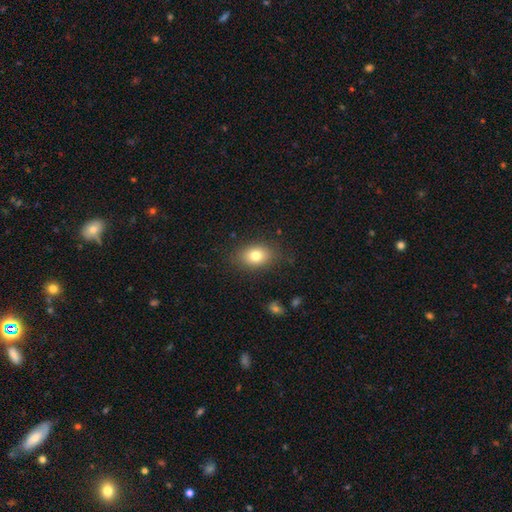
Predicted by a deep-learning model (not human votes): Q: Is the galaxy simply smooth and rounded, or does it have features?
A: smooth — 79%.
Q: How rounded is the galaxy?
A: in between — 73%.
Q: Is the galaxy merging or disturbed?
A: none — 84%.